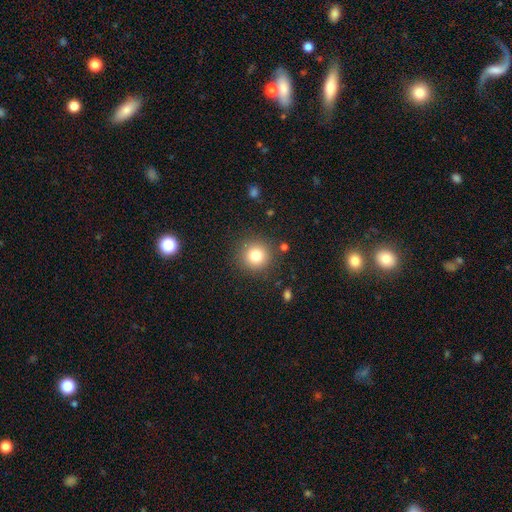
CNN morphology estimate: Smooth or featured? Predicted: smooth (p=0.80). How rounded? Predicted: round (p=0.94). Merging? Predicted: none (p=0.87).